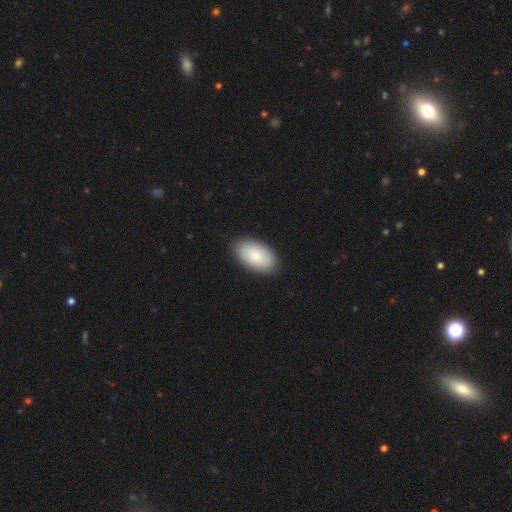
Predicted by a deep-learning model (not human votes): A smooth galaxy with no disk features (83%) that is in between round and cigar-shaped (95%). Merging: none (89%).